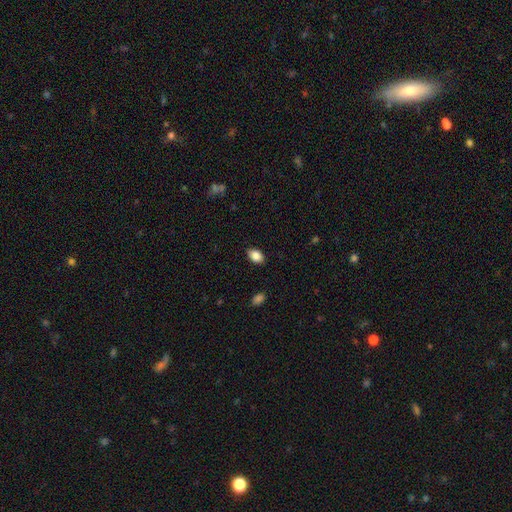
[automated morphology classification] A smooth galaxy with no disk features (87%) that is in between round and cigar-shaped (88%).

Vote fractions:
- Smooth or featured? smooth: 87% / star or artifact: 8% / featured or disk: 5%
- How rounded? in between: 88% / round: 11% / cigar-shaped: 1%
- Merging? none: 87% / minor disturbance: 10% / major disturbance: 2% / merger: 1%